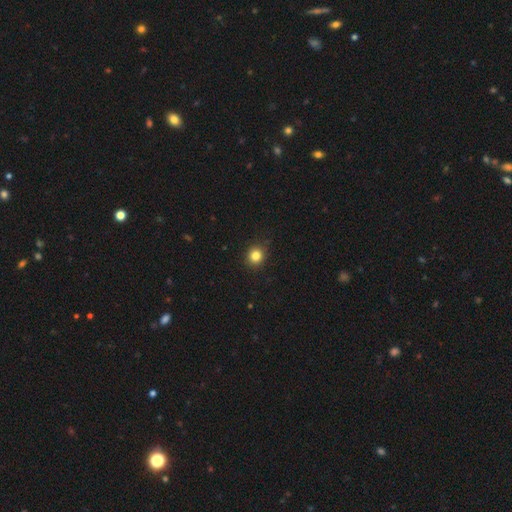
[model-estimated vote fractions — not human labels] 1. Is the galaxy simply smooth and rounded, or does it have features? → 84% smooth, 12% star or artifact, 5% featured or disk.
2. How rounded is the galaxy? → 84% round, 15% in between, 1% cigar-shaped.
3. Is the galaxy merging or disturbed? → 89% none, 8% minor disturbance, 2% major disturbance, 1% merger.